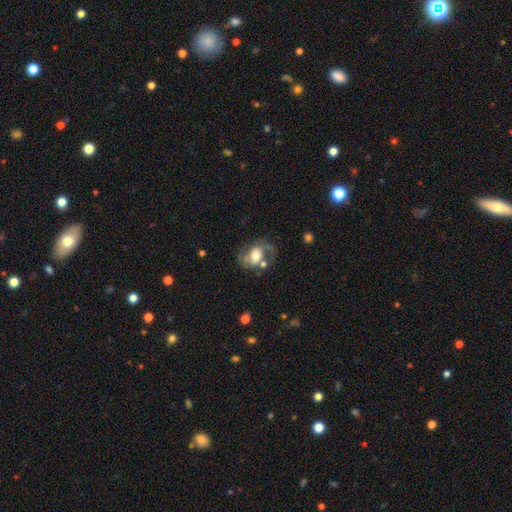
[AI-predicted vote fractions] Smooth or featured: featured or disk — 63% (smooth — 29%)
Edge-on disk: no — 96% (yes — 4%)
Bar: no — 52% (weak — 33%)
Spiral arms: yes — 77% (no — 23%)
Bulge size: moderate — 56% (large — 27%)
Merging: none — 50% (minor disturbance — 20%)